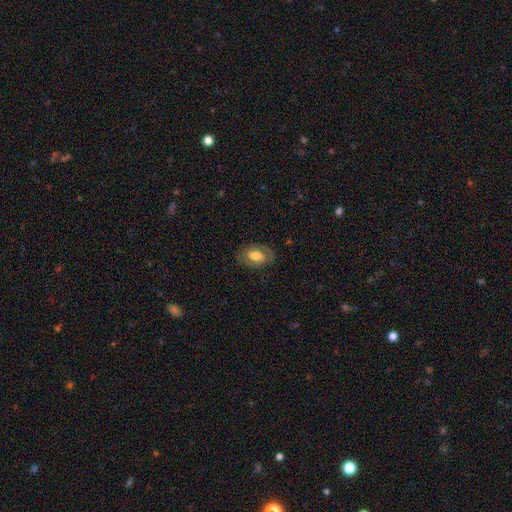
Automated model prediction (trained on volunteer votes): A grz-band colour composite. It shows a smooth galaxy with no disk features (61%) that is in between round and cigar-shaped (88%). Merging: none (78%).